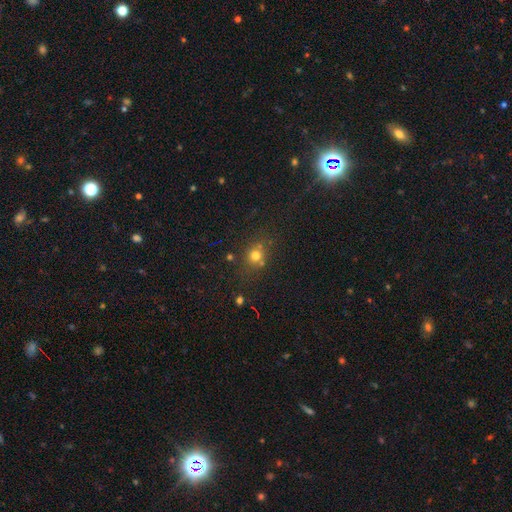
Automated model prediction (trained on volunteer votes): A smooth galaxy with no disk features (69%) that is round (81%). Merging: none (68%).